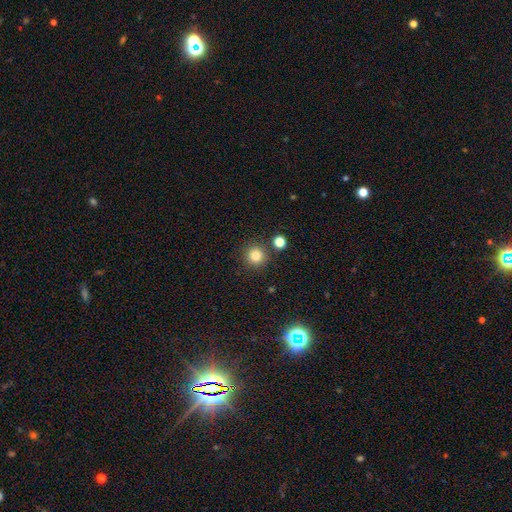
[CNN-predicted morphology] Q: Smooth or featured?
A: smooth (82%); runner-up: star or artifact (13%)
Q: How rounded?
A: round (94%); runner-up: in between (5%)
Q: Merging?
A: none (86%); runner-up: minor disturbance (7%)